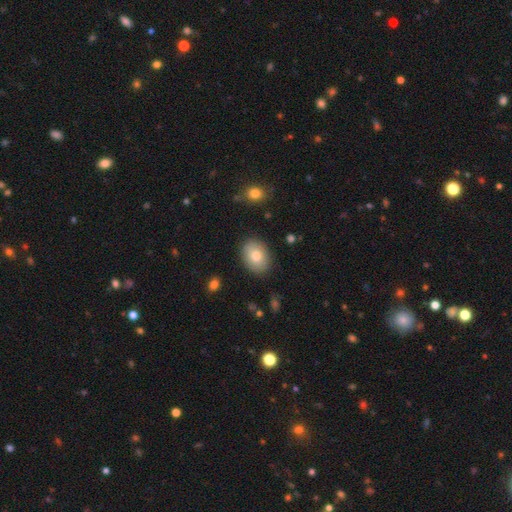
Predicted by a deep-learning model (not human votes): Smooth or featured? smooth (78%)
How rounded? in between (67%)
Merging? none (87%)